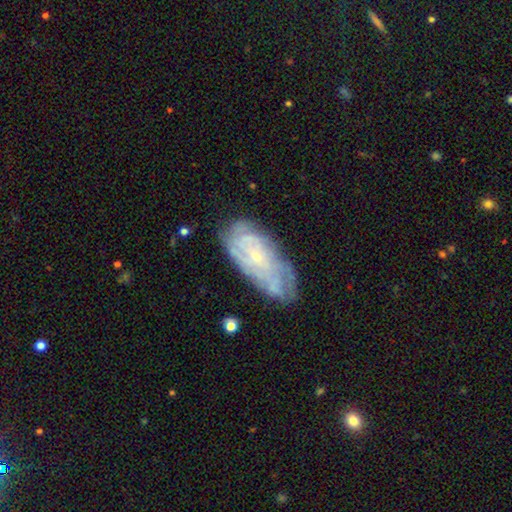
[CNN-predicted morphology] Smooth or featured?
  - featured or disk: 73% *
  - smooth: 20%
  - star or artifact: 7%
Edge-on disk?
  - no: 92% *
  - yes: 8%
Bar?
  - no: 71% *
  - weak: 23%
  - strong: 5%
Spiral arms?
  - yes: 82% *
  - no: 18%
Spiral winding?
  - tight: 67% *
  - medium: 26%
  - loose: 8%
Spiral arm count?
  - can't tell: 56% *
  - 4: 13%
  - 2: 11%
  - 3: 10%
  - more than 4: 6%
  - 1: 4%
Bulge size?
  - small: 79% *
  - moderate: 16%
  - none: 3%
  - large: 1%
  - dominant: 1%
Merging?
  - none: 66% *
  - minor disturbance: 23%
  - major disturbance: 8%
  - merger: 3%